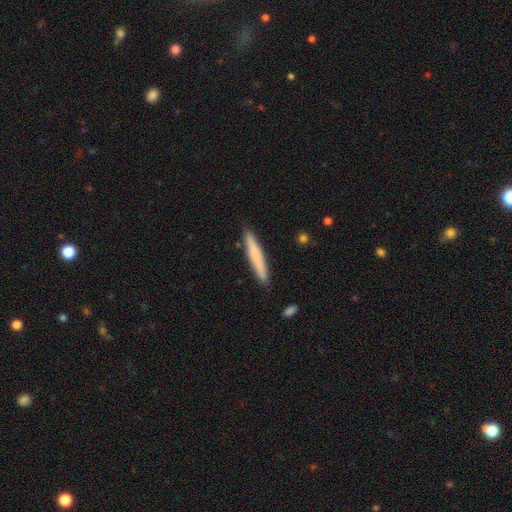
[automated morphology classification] type=smooth (71%); roundness=cigar-shaped (95%); merging=none (89%).